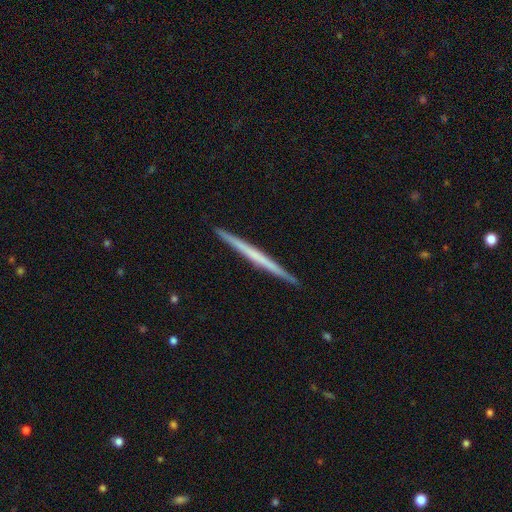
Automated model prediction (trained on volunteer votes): Overall: featured or disk (57%; smooth 38%). Edge-on disk: yes (98%). Edge-on bulge: none (88%). Merging: none (92%).